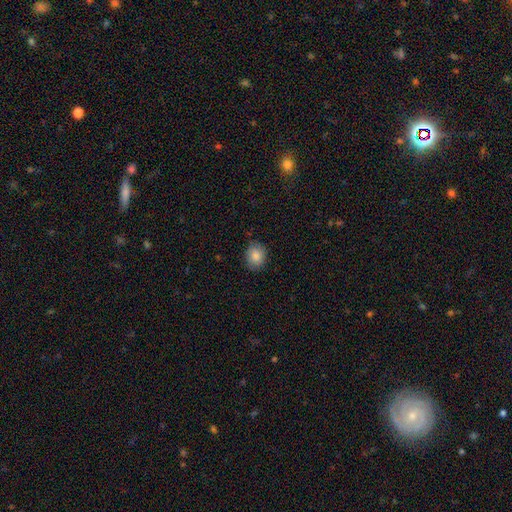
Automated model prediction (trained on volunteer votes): Q: Smooth or featured?
A: smooth (86%); runner-up: star or artifact (8%)
Q: How rounded?
A: round (52%); runner-up: in between (47%)
Q: Merging?
A: none (84%); runner-up: minor disturbance (12%)